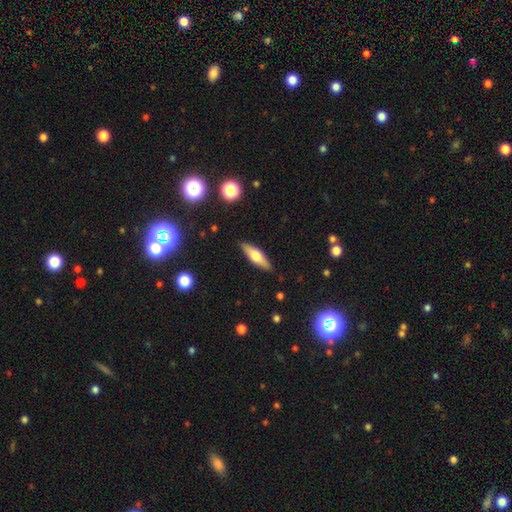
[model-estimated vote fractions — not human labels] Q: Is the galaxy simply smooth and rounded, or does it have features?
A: smooth — 50%.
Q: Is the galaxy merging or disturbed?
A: none — 88%.